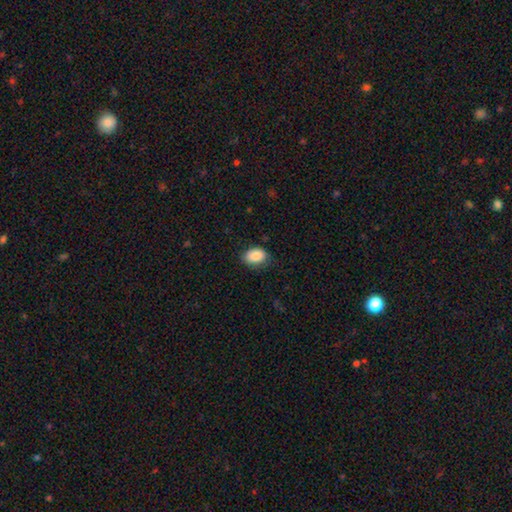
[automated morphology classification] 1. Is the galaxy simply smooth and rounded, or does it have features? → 88% smooth, 7% star or artifact, 5% featured or disk.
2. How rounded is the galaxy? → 85% in between, 14% round, 1% cigar-shaped.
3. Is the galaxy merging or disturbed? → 77% none, 18% minor disturbance, 4% major disturbance, 1% merger.